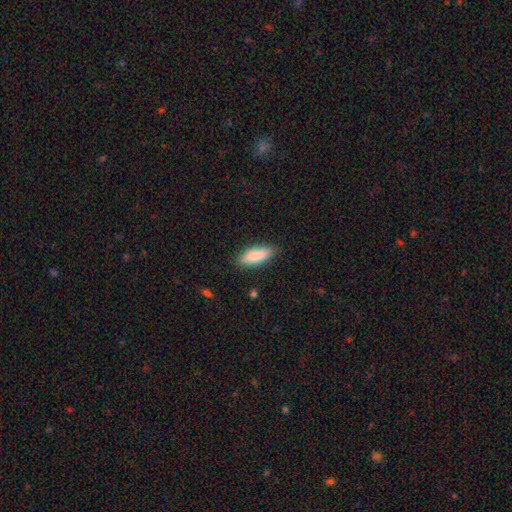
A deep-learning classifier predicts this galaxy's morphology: Q: Smooth or featured?
A: smooth (87%); runner-up: featured or disk (7%)
Q: How rounded?
A: in between (64%); runner-up: cigar-shaped (34%)
Q: Merging?
A: none (87%); runner-up: minor disturbance (10%)